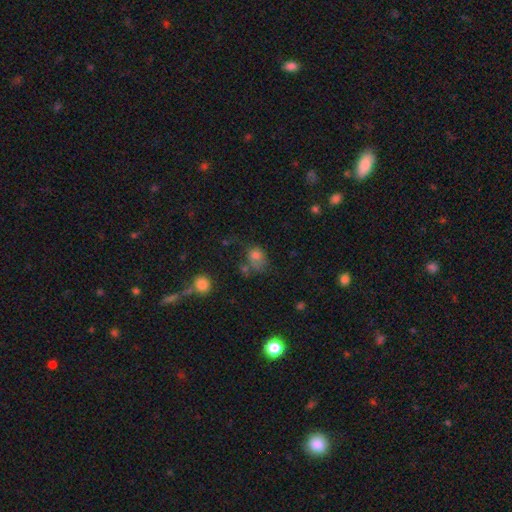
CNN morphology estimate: Smooth or featured?
  - smooth: 73% *
  - star or artifact: 15%
  - featured or disk: 13%
How rounded?
  - round: 54% *
  - in between: 45%
  - cigar-shaped: 1%
Merging?
  - none: 40% *
  - minor disturbance: 24%
  - major disturbance: 19%
  - merger: 17%